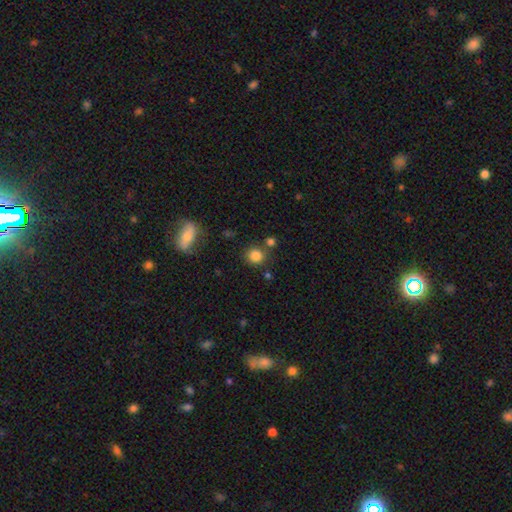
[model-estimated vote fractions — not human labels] Smooth or featured?
  - smooth: 83% *
  - star or artifact: 12%
  - featured or disk: 6%
How rounded?
  - round: 88% *
  - in between: 11%
  - cigar-shaped: 1%
Merging?
  - none: 76% *
  - merger: 11%
  - minor disturbance: 9%
  - major disturbance: 4%